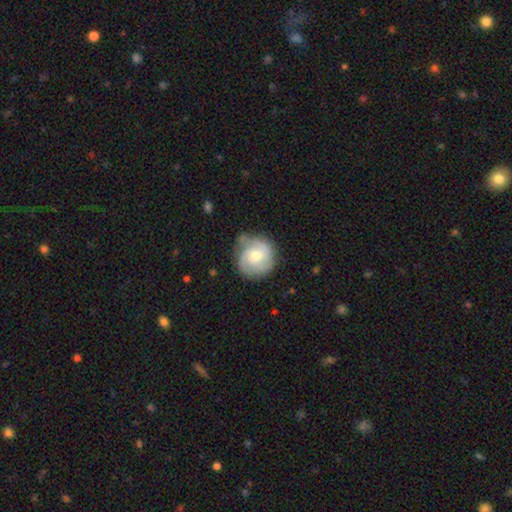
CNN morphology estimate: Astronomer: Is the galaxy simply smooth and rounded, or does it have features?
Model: featured or disk — 67%.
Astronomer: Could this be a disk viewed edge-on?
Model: no — 98%.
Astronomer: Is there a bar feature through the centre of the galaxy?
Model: no — 64%.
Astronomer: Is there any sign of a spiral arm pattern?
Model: yes — 91%.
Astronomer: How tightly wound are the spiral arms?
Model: tight — 48% (runner-up: medium, 40%).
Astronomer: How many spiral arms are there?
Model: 3 — 37% (runner-up: 2, 32%).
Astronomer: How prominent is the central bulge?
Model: moderate — 69%.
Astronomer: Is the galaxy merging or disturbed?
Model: none — 67%.